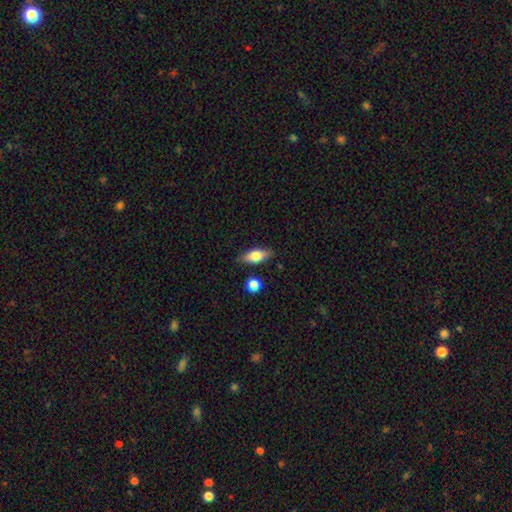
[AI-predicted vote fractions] The model was most divided on "smooth or featured": smooth: 72%, featured or disk: 20%, star or artifact: 7%. More confident: merging — none (81%); how rounded — in between (79%).